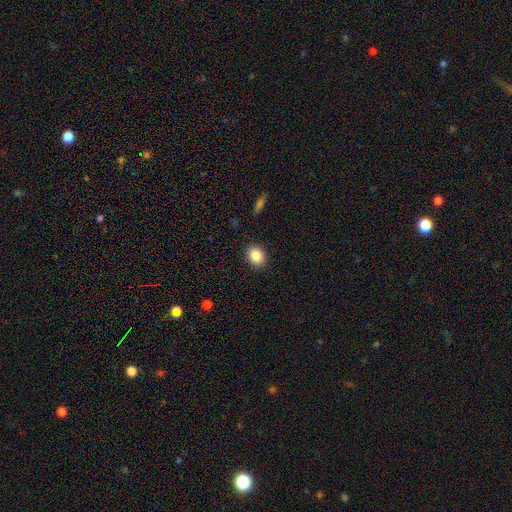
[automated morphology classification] Smooth or featured? Predicted: smooth (p=0.86). How rounded? Predicted: round (p=0.57). Merging? Predicted: none (p=0.90).